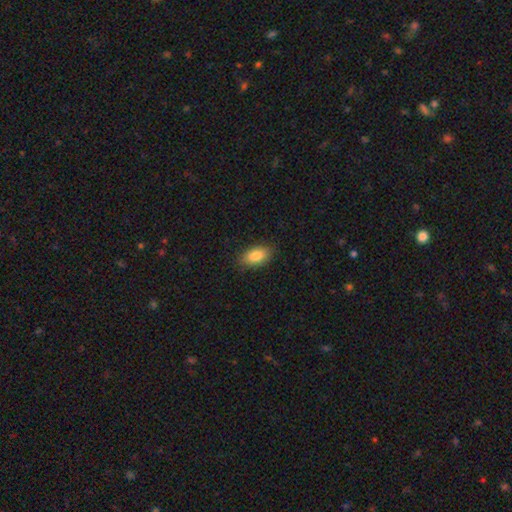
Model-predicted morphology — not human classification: Smooth or featured? Predicted: smooth (p=0.86). How rounded? Predicted: in between (p=0.92). Merging? Predicted: none (p=0.85).